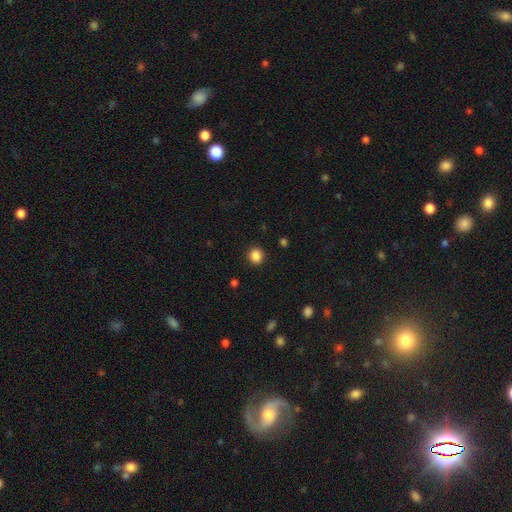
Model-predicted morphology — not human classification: The model was most divided on "smooth or featured": smooth: 86%, star or artifact: 11%, featured or disk: 3%. More confident: merging — none (91%); how rounded — round (91%).